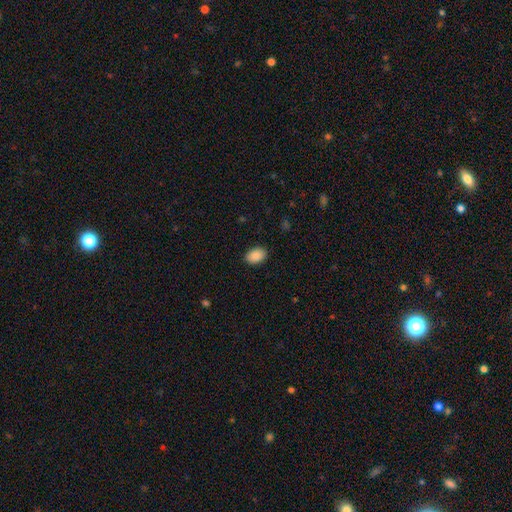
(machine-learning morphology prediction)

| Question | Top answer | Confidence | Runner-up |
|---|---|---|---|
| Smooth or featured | smooth | 88% | star or artifact (7%) |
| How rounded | in between | 83% | round (16%) |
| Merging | none | 89% | minor disturbance (8%) |